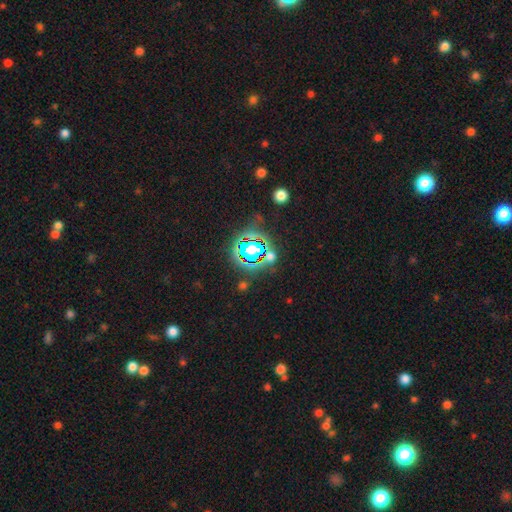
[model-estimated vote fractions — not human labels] smooth_or_featured: star or artifact (p=0.79) [alt: smooth p=0.13]